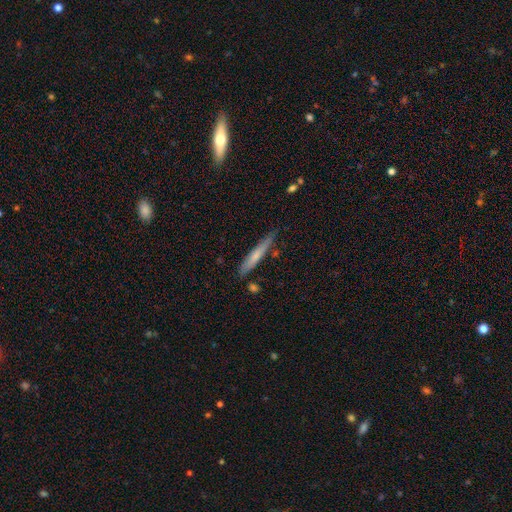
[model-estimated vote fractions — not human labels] The model was most divided on "smooth or featured": smooth: 61%, featured or disk: 33%, star or artifact: 6%. More confident: how rounded — cigar-shaped (94%); merging — none (78%).